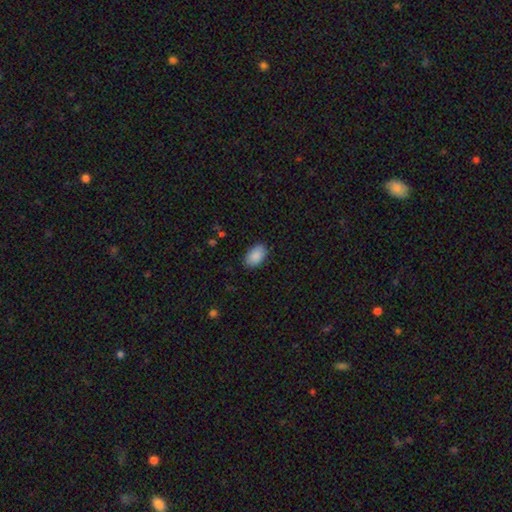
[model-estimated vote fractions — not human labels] A smooth galaxy with no disk features (89%) that is in between round and cigar-shaped (90%). Merging: none (86%).